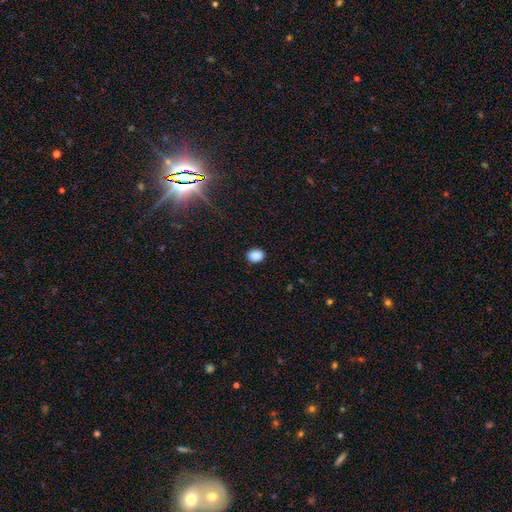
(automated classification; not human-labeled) Overall: smooth (88%). How rounded: in between (60%; round 39%). Merging: none (89%).